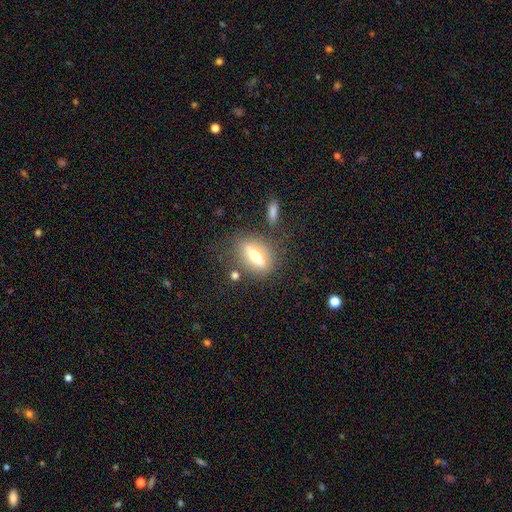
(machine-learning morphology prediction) A smooth galaxy with no disk features (48%). Merging: none (73%).